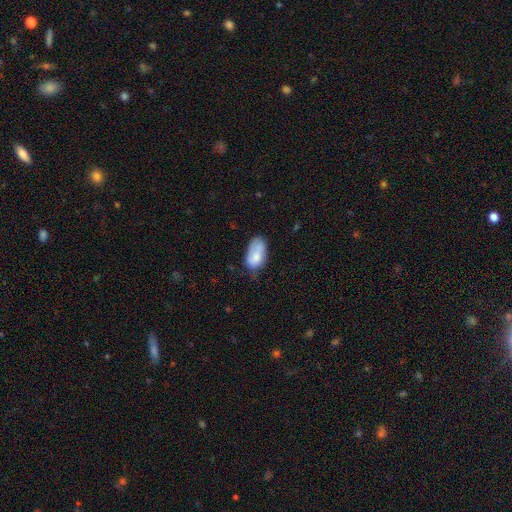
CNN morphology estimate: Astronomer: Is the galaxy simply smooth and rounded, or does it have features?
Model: smooth — 74%.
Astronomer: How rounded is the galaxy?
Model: in between — 94%.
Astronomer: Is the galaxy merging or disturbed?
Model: none — 46% (runner-up: minor disturbance, 37%).